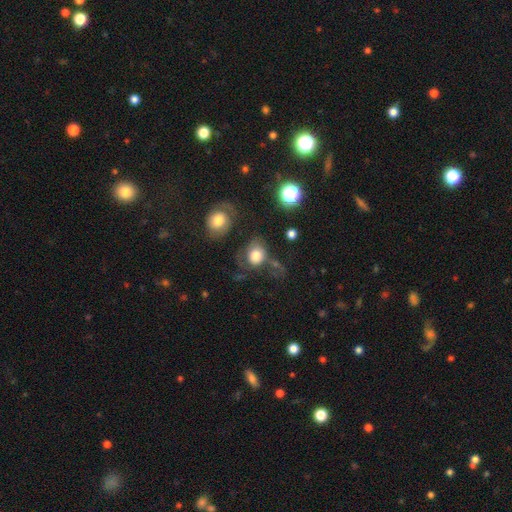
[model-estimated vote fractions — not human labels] Smooth or featured?
  - smooth: 75% *
  - featured or disk: 15%
  - star or artifact: 10%
How rounded?
  - round: 60% *
  - in between: 39%
  - cigar-shaped: 1%
Merging?
  - none: 41% *
  - major disturbance: 24%
  - minor disturbance: 22%
  - merger: 13%